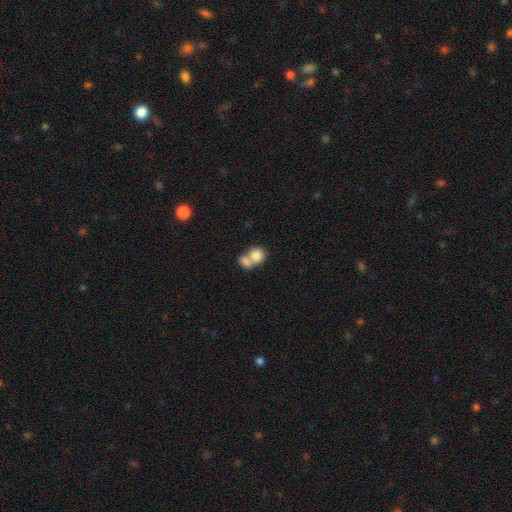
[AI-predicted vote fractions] This is clearly a smooth galaxy (80%). How rounded: likely round (71%). Merging: likely merger (64%).